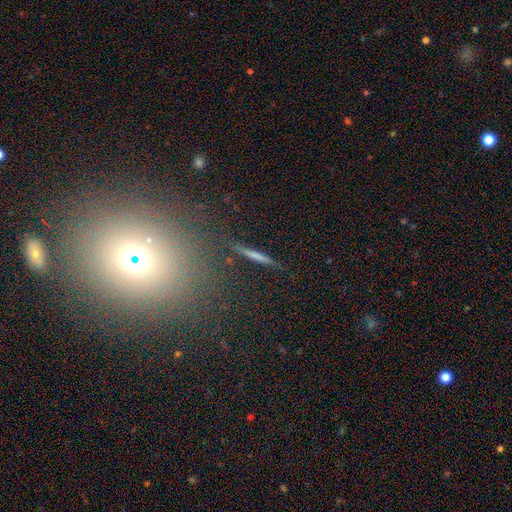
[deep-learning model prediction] A smooth galaxy with no disk features (57%) that is cigar-shaped (93%). Merging: none (85%).